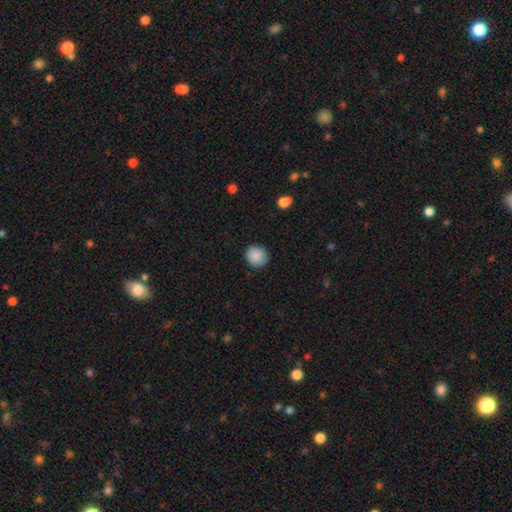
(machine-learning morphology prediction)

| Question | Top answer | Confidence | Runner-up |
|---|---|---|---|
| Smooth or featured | smooth | 89% | star or artifact (8%) |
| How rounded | round | 86% | in between (13%) |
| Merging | none | 89% | minor disturbance (7%) |